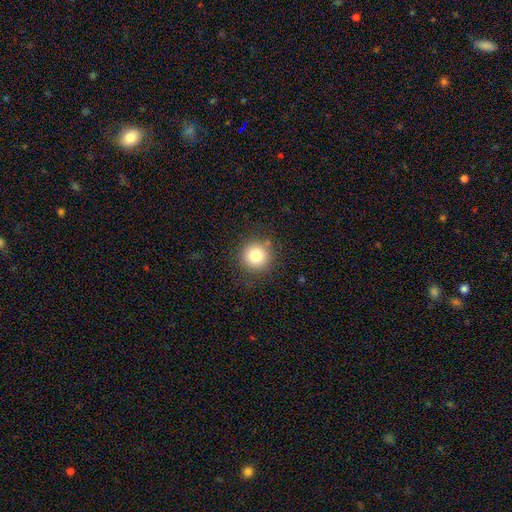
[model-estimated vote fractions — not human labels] smooth-or-featured: smooth: 80% | star or artifact: 12% | featured or disk: 8%
  how-rounded: round: 95% | in between: 4% | cigar-shaped: 1%
  merging: none: 86% | minor disturbance: 9% | major disturbance: 3% | merger: 2%